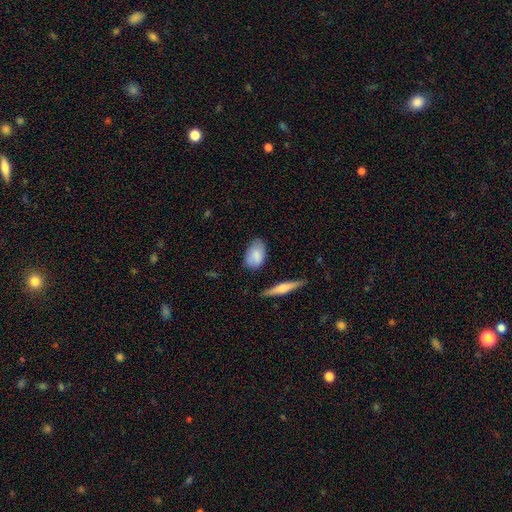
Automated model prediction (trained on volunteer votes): Overall: smooth (81%). How rounded: in between (90%). Merging: none (69%).